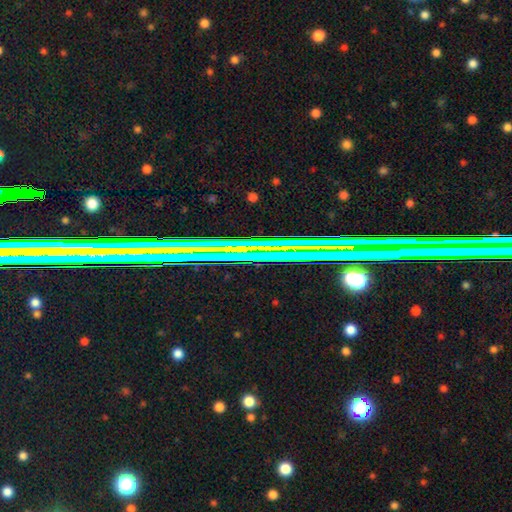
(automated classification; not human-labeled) smooth-or-featured: star or artifact: 72% | featured or disk: 17% | smooth: 10%